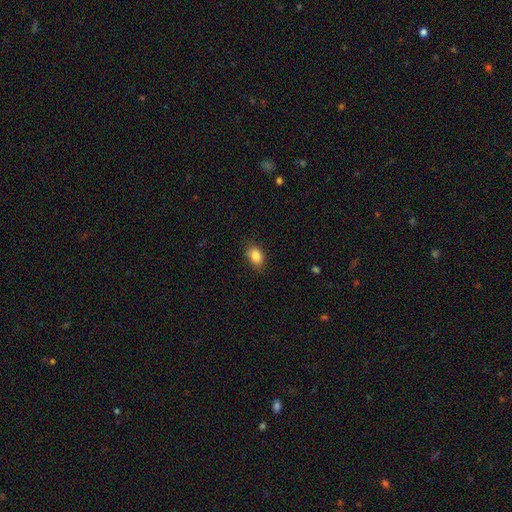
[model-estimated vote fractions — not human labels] Smooth or featured: smooth — 85% (star or artifact — 9%)
How rounded: in between — 81% (round — 17%)
Merging: none — 77% (minor disturbance — 18%)